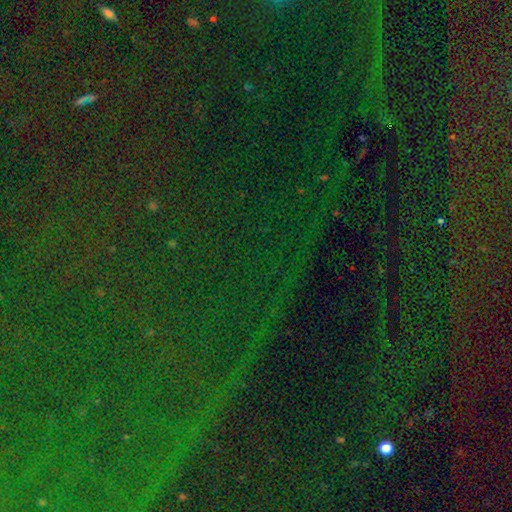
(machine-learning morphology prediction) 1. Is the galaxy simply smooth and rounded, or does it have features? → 83% star or artifact, 9% smooth, 8% featured or disk.